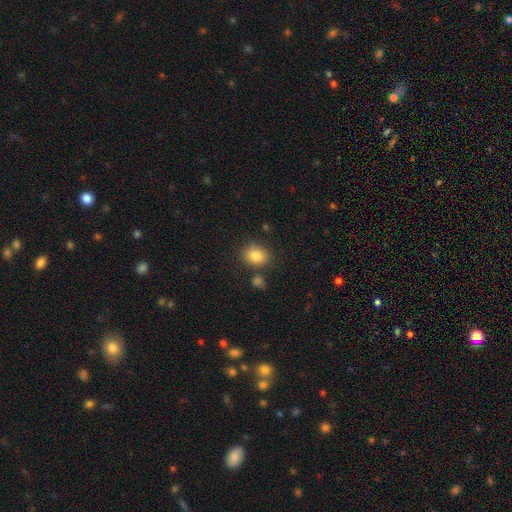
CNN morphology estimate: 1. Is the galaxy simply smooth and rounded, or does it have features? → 84% smooth, 9% star or artifact, 7% featured or disk.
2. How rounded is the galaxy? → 55% in between, 44% round, 1% cigar-shaped.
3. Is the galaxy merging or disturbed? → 76% none, 13% minor disturbance, 8% merger, 4% major disturbance.